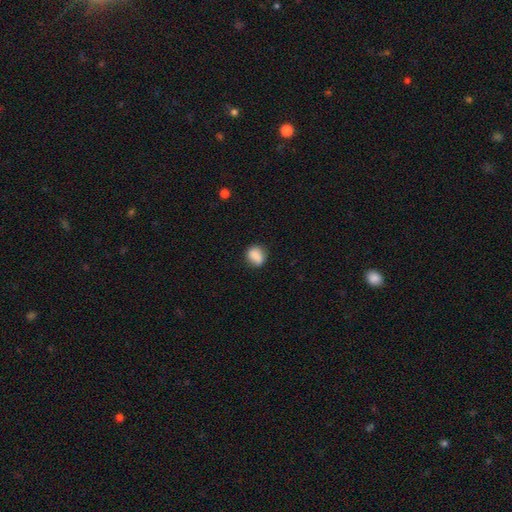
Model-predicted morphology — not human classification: Smooth or featured: smooth — 84% (star or artifact — 8%)
How rounded: round — 60% (in between — 38%)
Merging: none — 77% (minor disturbance — 17%)